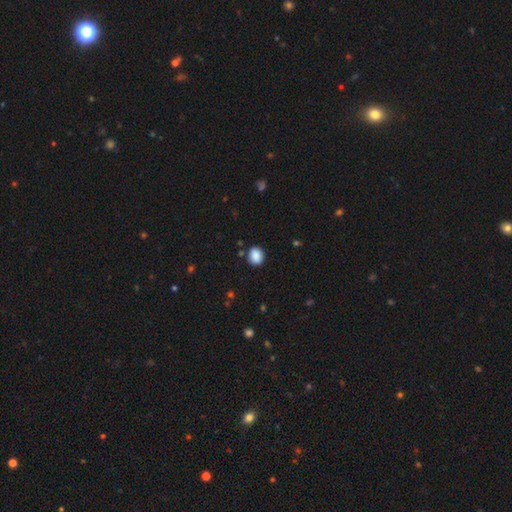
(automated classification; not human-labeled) Smooth or featured? Predicted: smooth (p=0.89). How rounded? Predicted: round (p=0.57). Merging? Predicted: none (p=0.86).